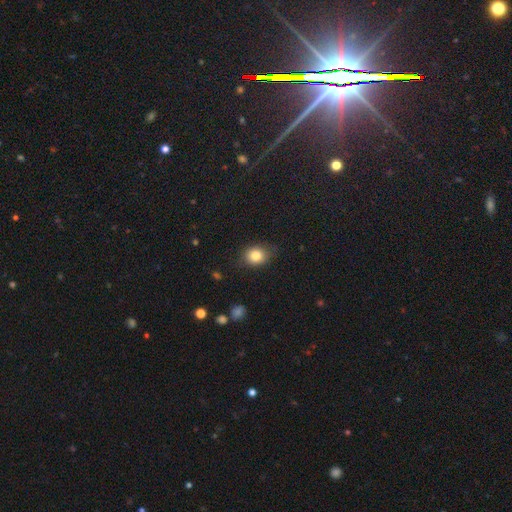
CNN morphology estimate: Q: Smooth or featured?
A: smooth (82%); runner-up: star or artifact (10%)
Q: How rounded?
A: round (60%); runner-up: in between (39%)
Q: Merging?
A: none (78%); runner-up: minor disturbance (17%)